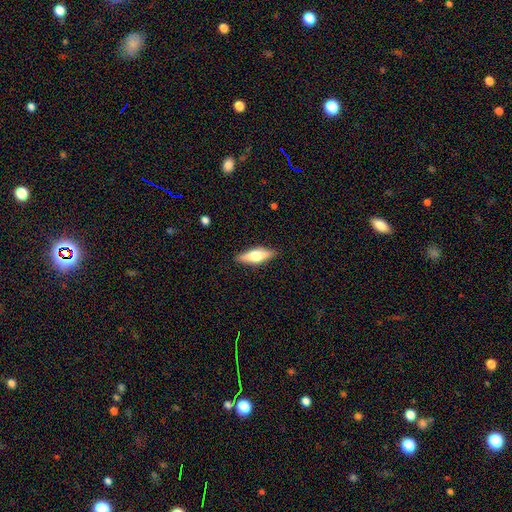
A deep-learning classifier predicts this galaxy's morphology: Smooth or featured?
  - smooth: 49% *
  - featured or disk: 45%
  - star or artifact: 6%
Merging?
  - none: 89% *
  - minor disturbance: 9%
  - major disturbance: 2%
  - merger: 1%